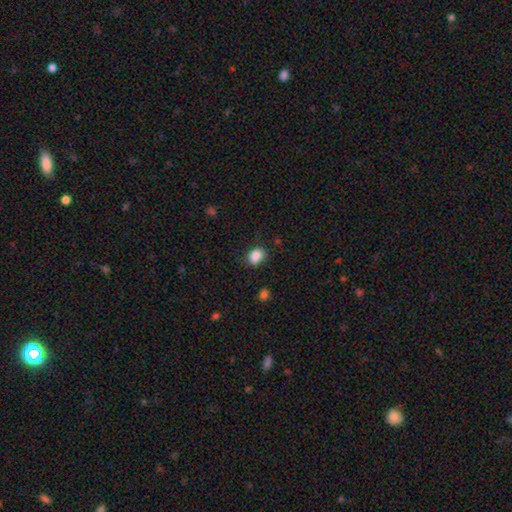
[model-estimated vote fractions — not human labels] smooth 86%, star or artifact 10%, featured or disk 4%. Down the decision tree: how rounded — in between (51%); merging — none (71%).